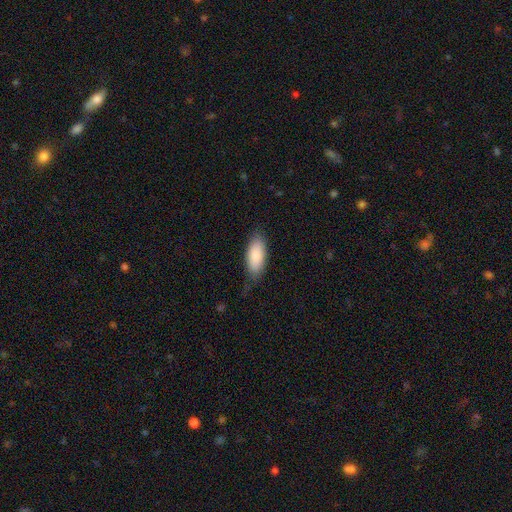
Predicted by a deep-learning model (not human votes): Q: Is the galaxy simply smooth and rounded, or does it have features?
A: smooth — 87%.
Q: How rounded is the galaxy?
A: in between — 85%.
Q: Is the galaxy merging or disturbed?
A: none — 71%.